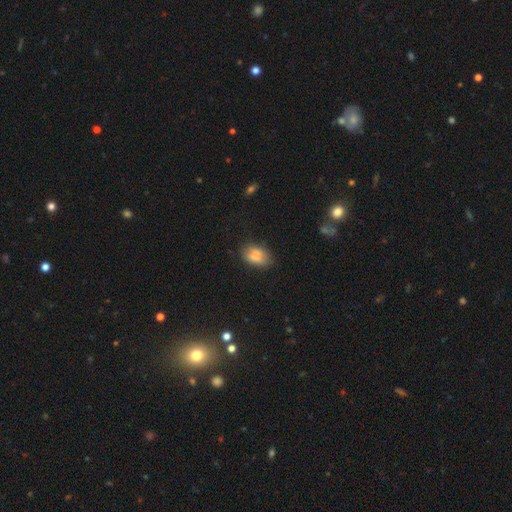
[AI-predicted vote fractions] This is clearly a smooth galaxy (82%). How rounded: clearly in between (86%). Merging: likely none (68%).